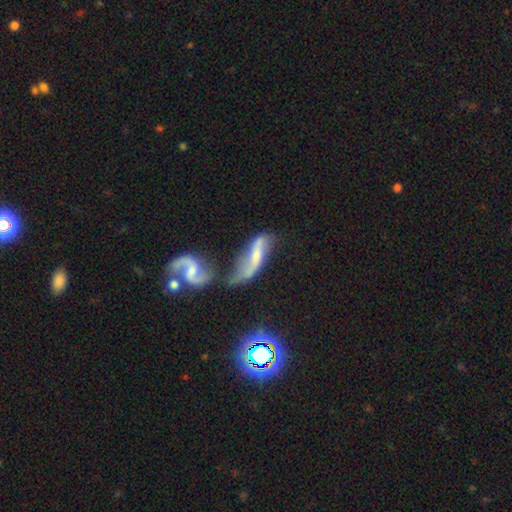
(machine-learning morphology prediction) This is likely a featured or disk galaxy (69%). It is clearly not viewed edge-on (83%). Bar: marginally weak (40%). Spiral arm pattern: clearly yes (83%). Central bulge: possibly small (50%). Merging: marginally merger (42%).